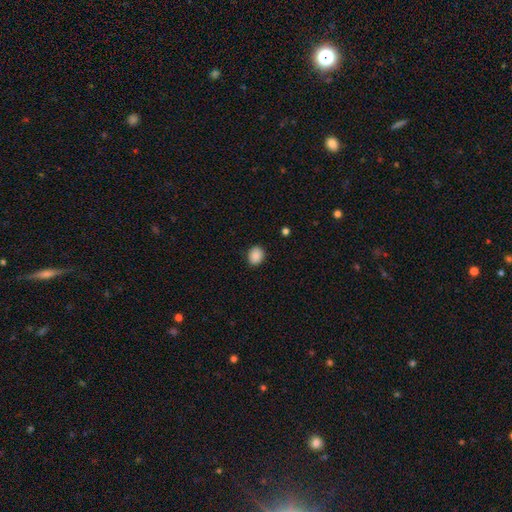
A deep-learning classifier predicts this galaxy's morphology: This is clearly a smooth galaxy (89%). How rounded: possibly round (50%). Merging: clearly none (87%).